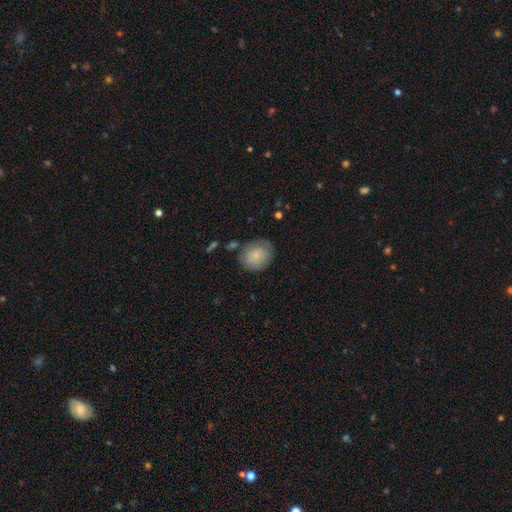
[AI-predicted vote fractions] The model was most divided on "how rounded": round: 70%, in between: 29%, cigar-shaped: 1%. More confident: smooth or featured — smooth (78%); merging — none (73%).